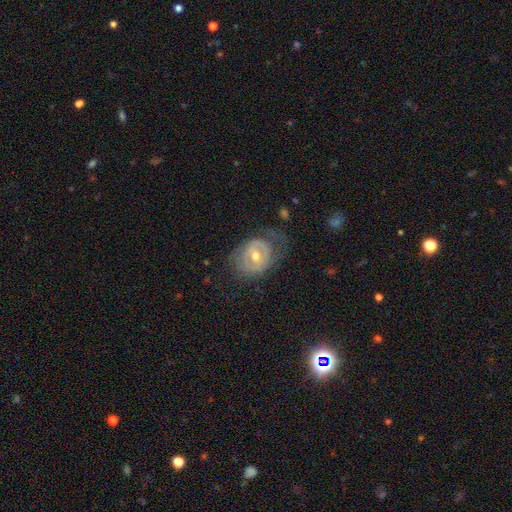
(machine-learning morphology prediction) A featured or disk galaxy (63%) with a weak bar (41%), no spiral arms (50%, tied with yes) and a moderate central bulge (64%).

Vote fractions:
- Smooth or featured? featured or disk: 63% / smooth: 29% / star or artifact: 7%
- Edge-on disk? no: 95% / yes: 5%
- Bar? weak: 41% / no: 40% / strong: 19%
- Spiral arms? no: 50% (tied) / yes: 50% (tied)
- Bulge size? moderate: 64% / small: 32% / large: 3% / none: 1% / dominant: 1%
- Merging? none: 54% / minor disturbance: 23% / major disturbance: 21% / merger: 2%